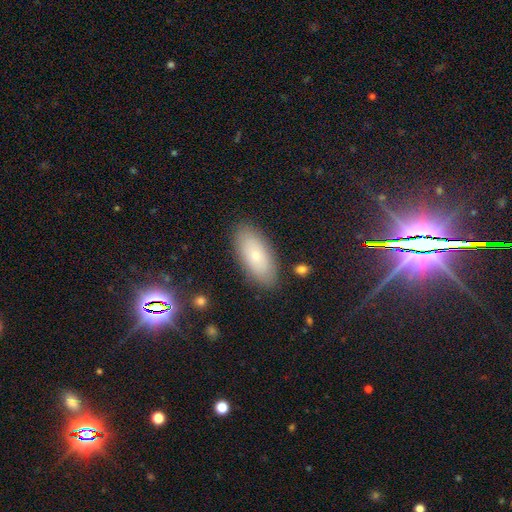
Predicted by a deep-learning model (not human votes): A smooth galaxy with no disk features (72%) that is in between round and cigar-shaped (88%).

Vote fractions:
- Smooth or featured? smooth: 72% / featured or disk: 20% / star or artifact: 8%
- How rounded? in between: 88% / cigar-shaped: 9% / round: 3%
- Merging? none: 86% / minor disturbance: 10% / major disturbance: 3% / merger: 2%